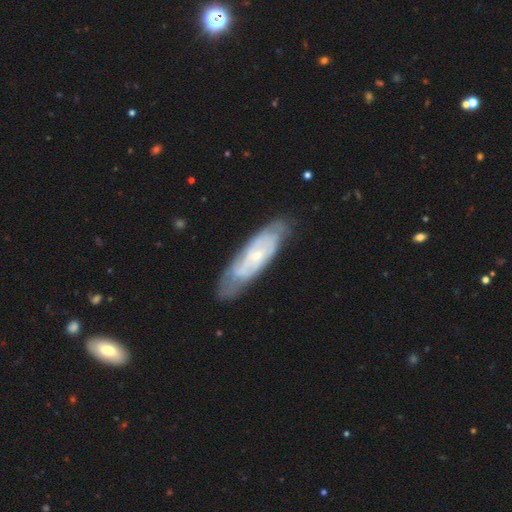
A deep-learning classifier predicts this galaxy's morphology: smooth_or_featured: featured or disk (p=0.71) [alt: smooth p=0.23]
disk_edge_on: no (p=0.80) [alt: yes p=0.20]
bar: no (p=0.71) [alt: weak p=0.24]
has_spiral_arms: yes (p=0.77) [alt: no p=0.23]
bulge_size: small (p=0.75) [alt: moderate p=0.20]
merging: none (p=0.72) [alt: minor disturbance p=0.21]